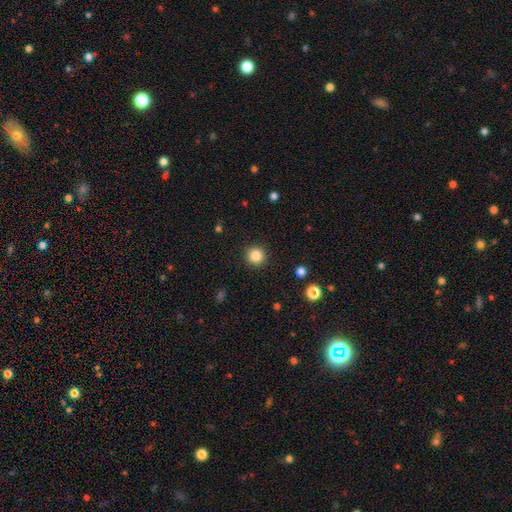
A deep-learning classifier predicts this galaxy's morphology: smooth-or-featured: smooth: 85% | star or artifact: 11% | featured or disk: 4%
  how-rounded: round: 95% | in between: 4% | cigar-shaped: 1%
  merging: none: 92% | minor disturbance: 5% | major disturbance: 2% | merger: 1%